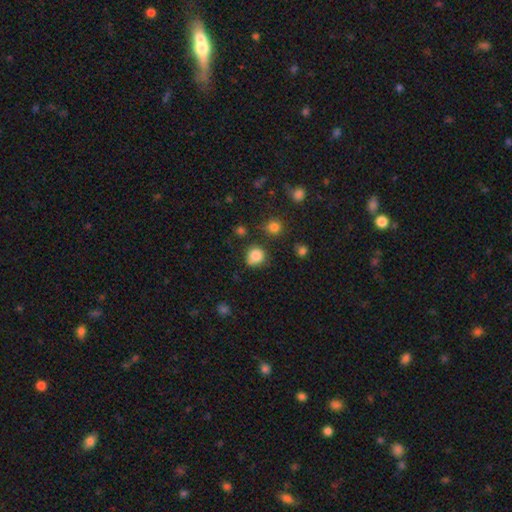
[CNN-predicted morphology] This appears to be a smooth galaxy with no disk features (84%) that is round (86%). Merging: none (74%).